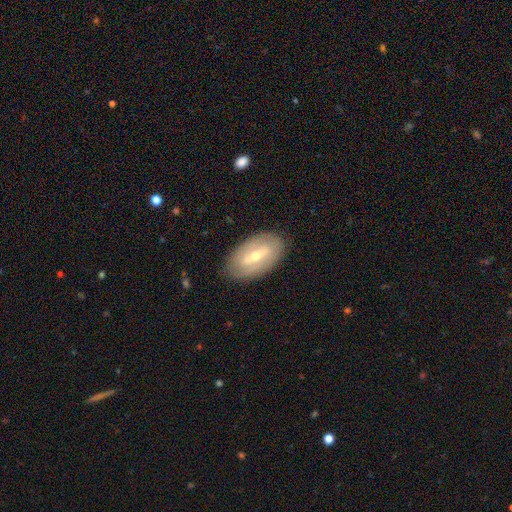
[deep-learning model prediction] Smooth or featured? featured or disk (67%)
Edge-on disk? no (87%)
Bar? strong (51%)
Spiral arms? yes (52%)
Bulge size? small (49%)
Merging? none (85%)